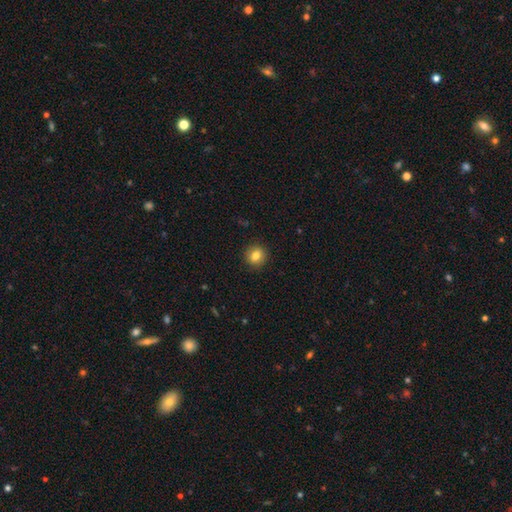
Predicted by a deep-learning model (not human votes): Morphology: type=smooth (81%); roundness=round (87%); merging=none (91%).